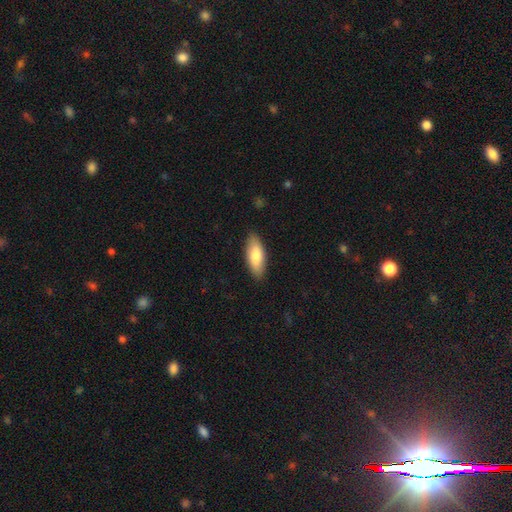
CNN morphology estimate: A smooth galaxy with no disk features (79%) that is in between round and cigar-shaped (75%).

Vote fractions:
- Smooth or featured? smooth: 79% / featured or disk: 15% / star or artifact: 6%
- How rounded? in between: 75% / cigar-shaped: 23% / round: 2%
- Merging? none: 86% / minor disturbance: 11% / major disturbance: 2% / merger: 1%